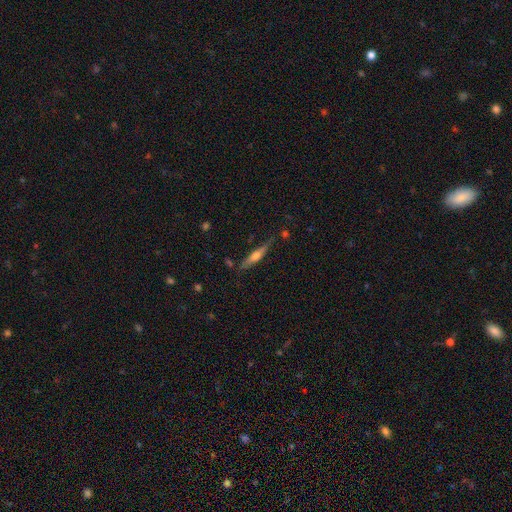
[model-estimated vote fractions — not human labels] Smooth or featured: featured or disk — 54% (smooth — 40%)
Edge-on disk: yes — 93% (no — 7%)
Merging: none — 74% (minor disturbance — 17%)